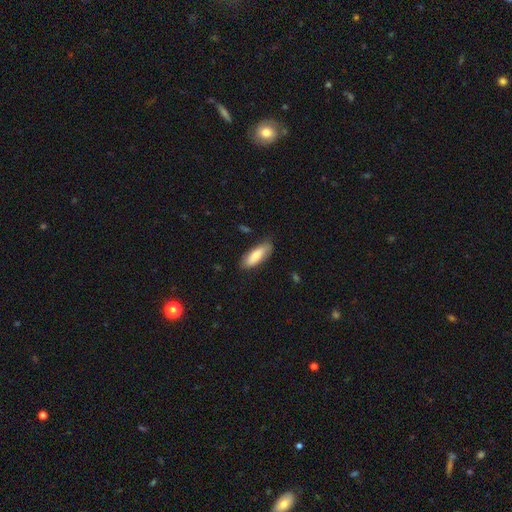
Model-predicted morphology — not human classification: Q: Smooth or featured?
A: smooth (80%); runner-up: featured or disk (14%)
Q: How rounded?
A: in between (66%); runner-up: cigar-shaped (33%)
Q: Merging?
A: none (81%); runner-up: minor disturbance (15%)